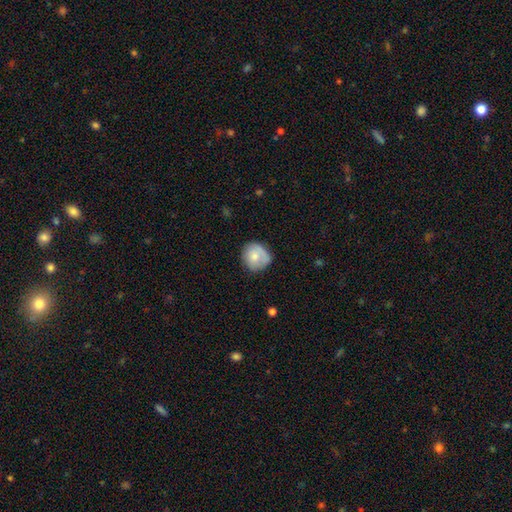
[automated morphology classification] smooth 73%, featured or disk 20%, star or artifact 7%. Down the decision tree: how rounded — round (84%); merging — none (64%).